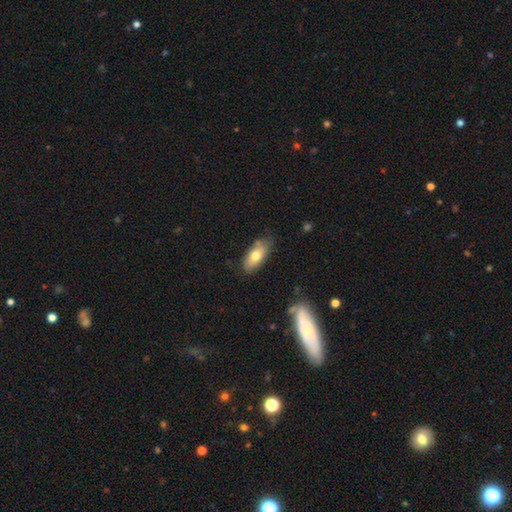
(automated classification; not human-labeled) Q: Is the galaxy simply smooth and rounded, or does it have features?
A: smooth — 70%.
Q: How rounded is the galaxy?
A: in between — 85%.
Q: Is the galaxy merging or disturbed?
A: none — 74%.